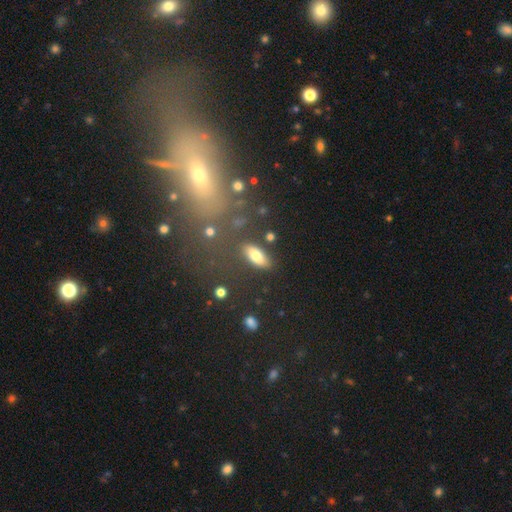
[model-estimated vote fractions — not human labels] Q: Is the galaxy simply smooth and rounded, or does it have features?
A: smooth — 78%.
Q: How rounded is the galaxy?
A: in between — 80%.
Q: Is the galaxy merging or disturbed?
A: none — 80%.